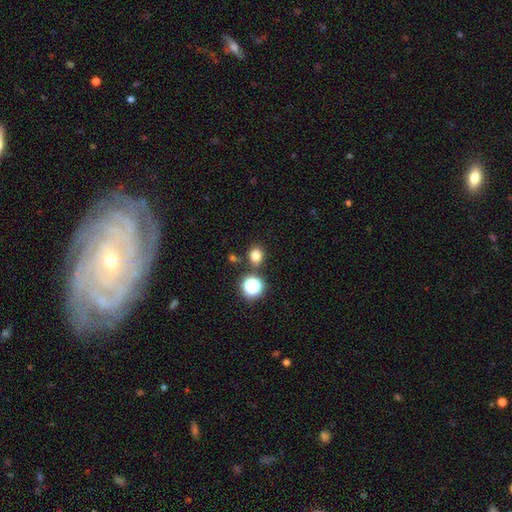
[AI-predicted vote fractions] smooth-or-featured: smooth: 78% | star or artifact: 17% | featured or disk: 5%
  how-rounded: round: 74% | in between: 26% | cigar-shaped: 1%
  merging: none: 80% | minor disturbance: 9% | merger: 8% | major disturbance: 3%